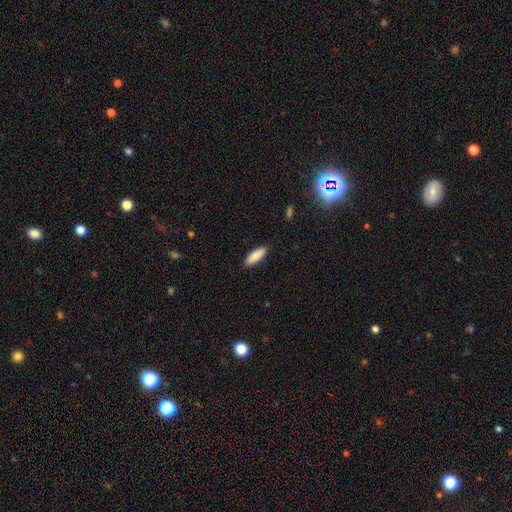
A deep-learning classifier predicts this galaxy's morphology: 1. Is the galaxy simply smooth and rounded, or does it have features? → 87% smooth, 7% featured or disk, 6% star or artifact.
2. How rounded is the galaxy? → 64% in between, 35% cigar-shaped, 2% round.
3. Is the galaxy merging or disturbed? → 89% none, 8% minor disturbance, 2% major disturbance, 1% merger.